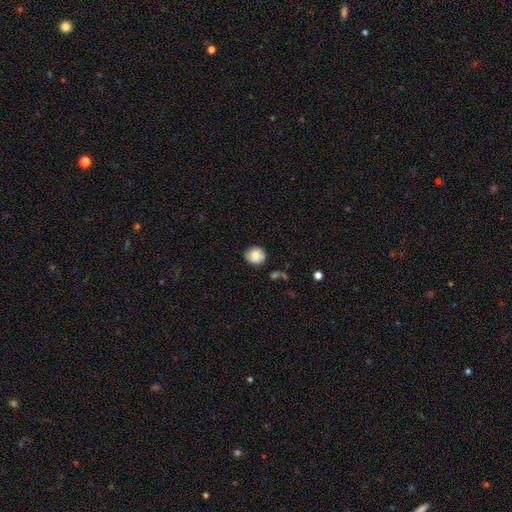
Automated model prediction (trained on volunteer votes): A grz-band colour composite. It shows a smooth galaxy with no disk features (77%) that is round (85%). Merging: none (82%).